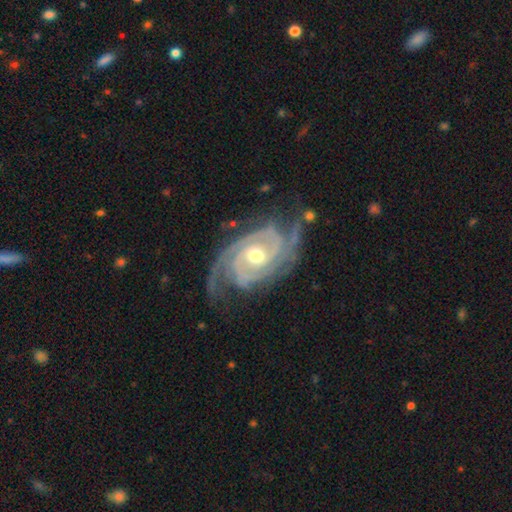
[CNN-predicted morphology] featured or disk 93%, star or artifact 4%, smooth 3%. Down the decision tree: edge-on disk — no (97%); bar — no (61%); spiral arms — yes (98%); spiral arm count — 2 (38%); spiral winding — tight (64%); bulge size — moderate (68%); merging — none (67%).